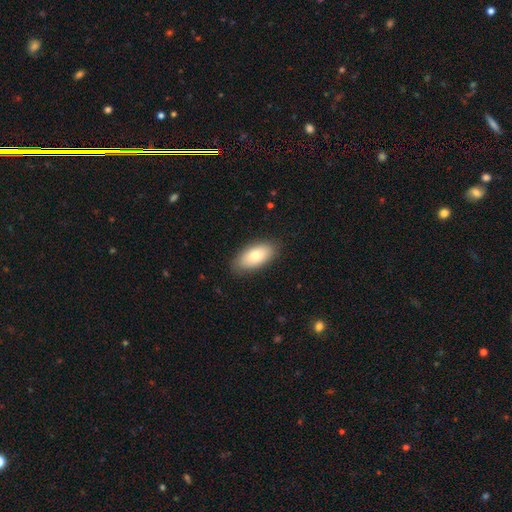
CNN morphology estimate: Smooth or featured?
  - smooth: 77% *
  - featured or disk: 16%
  - star or artifact: 7%
How rounded?
  - in between: 93% *
  - cigar-shaped: 4%
  - round: 3%
Merging?
  - none: 86% *
  - minor disturbance: 11%
  - major disturbance: 2%
  - merger: 1%